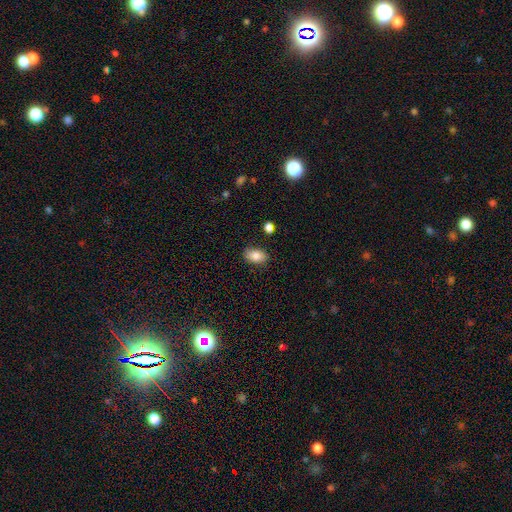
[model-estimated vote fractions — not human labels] The model was most divided on "merging": none: 82%, minor disturbance: 13%, major disturbance: 3%, merger: 2%. More confident: how rounded — in between (89%); smooth or featured — smooth (84%).